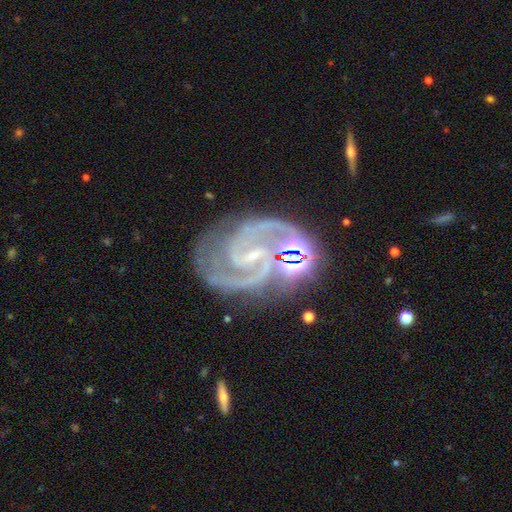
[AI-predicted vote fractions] This appears to be a featured or disk galaxy (91%) with a weak bar (43%), 2 (83%) medium (51%) spiral arms (99%) and a small central bulge (77%). Merging: none (62%).